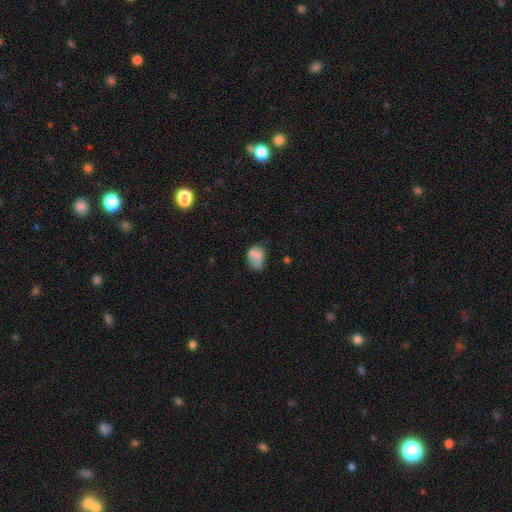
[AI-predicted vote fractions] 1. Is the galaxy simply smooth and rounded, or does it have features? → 76% smooth, 13% featured or disk, 10% star or artifact.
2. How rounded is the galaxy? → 77% in between, 22% round, 1% cigar-shaped.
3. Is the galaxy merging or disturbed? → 38% none, 33% minor disturbance, 15% major disturbance, 14% merger.